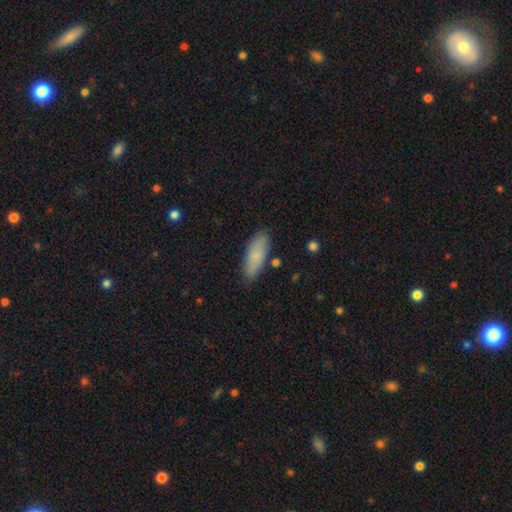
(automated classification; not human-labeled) Morphology: type=smooth (83%); roundness=in between (64%); merging=none (83%).